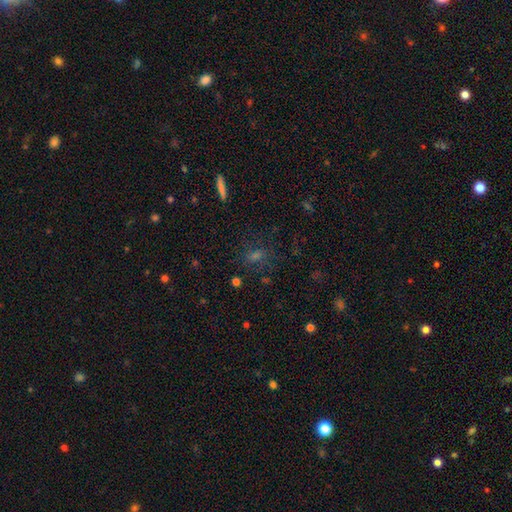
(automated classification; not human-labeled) Overall: smooth (45%; star or artifact 37%). Merging: none (76%).